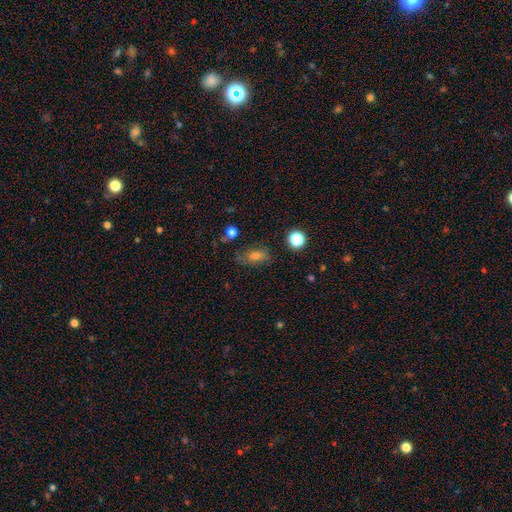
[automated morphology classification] Smooth or featured? Predicted: smooth (p=0.57). How rounded? Predicted: in between (p=0.77). Merging? Predicted: none (p=0.67).